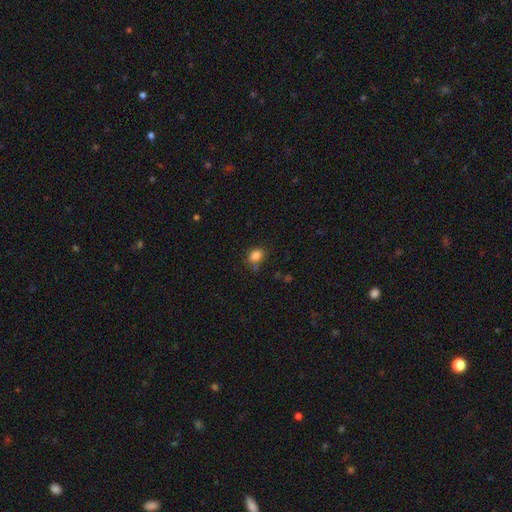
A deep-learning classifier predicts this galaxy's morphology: smooth_or_featured: smooth (p=0.84) [alt: star or artifact p=0.11]
how_rounded: in between (p=0.59) [alt: round p=0.40]
merging: none (p=0.71) [alt: minor disturbance p=0.19]